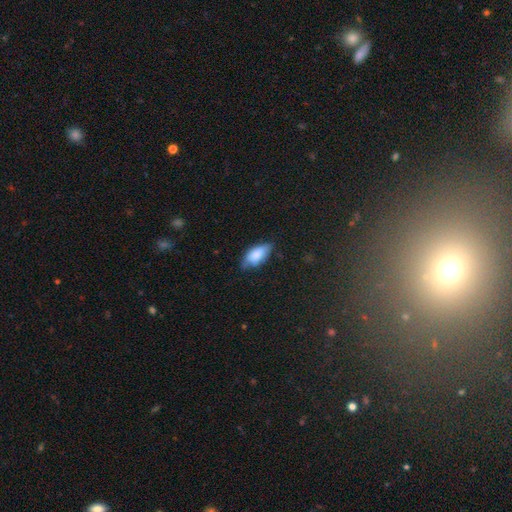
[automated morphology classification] type=smooth (80%); roundness=in between (89%); merging=none (53%).